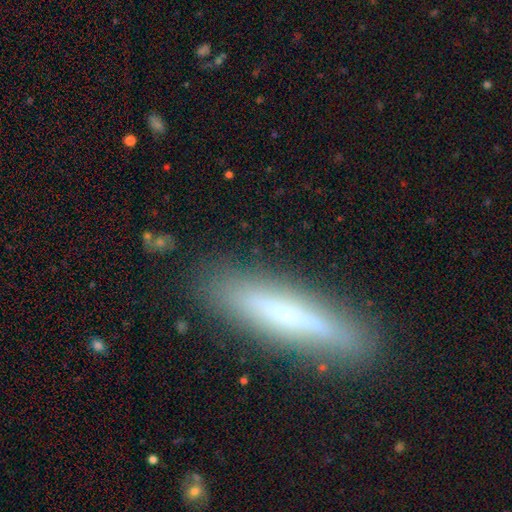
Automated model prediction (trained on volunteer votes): Smooth or featured? smooth (54%)
How rounded? cigar-shaped (86%)
Merging? none (83%)